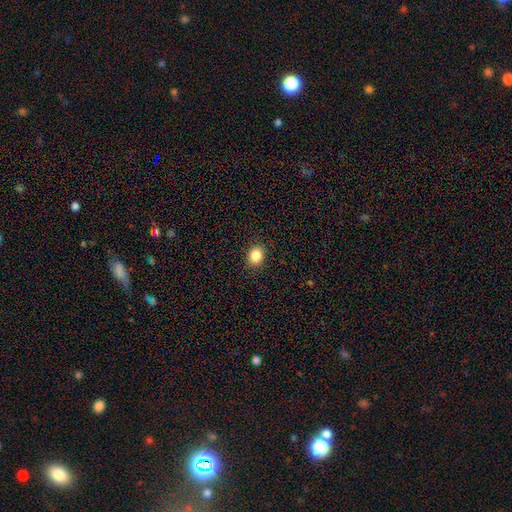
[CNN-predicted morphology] Q: Smooth or featured?
A: smooth (86%); runner-up: star or artifact (10%)
Q: How rounded?
A: in between (50%); runner-up: round (49%)
Q: Merging?
A: none (89%); runner-up: minor disturbance (8%)